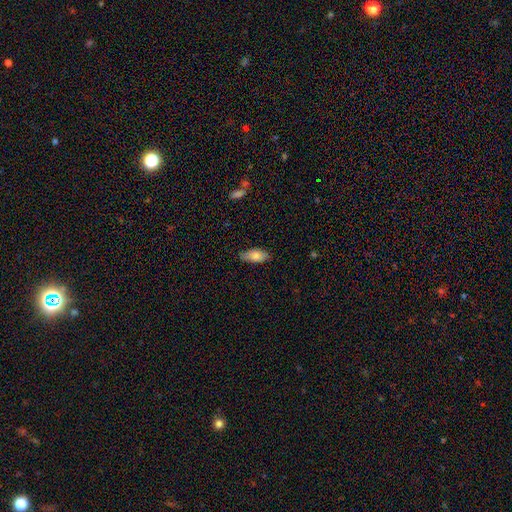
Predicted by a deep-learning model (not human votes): A smooth galaxy with no disk features (77%) that is in between round and cigar-shaped (87%).

Vote fractions:
- Smooth or featured? smooth: 77% / featured or disk: 17% / star or artifact: 7%
- How rounded? in between: 87% / cigar-shaped: 10% / round: 3%
- Merging? none: 74% / minor disturbance: 21% / major disturbance: 3% / merger: 1%